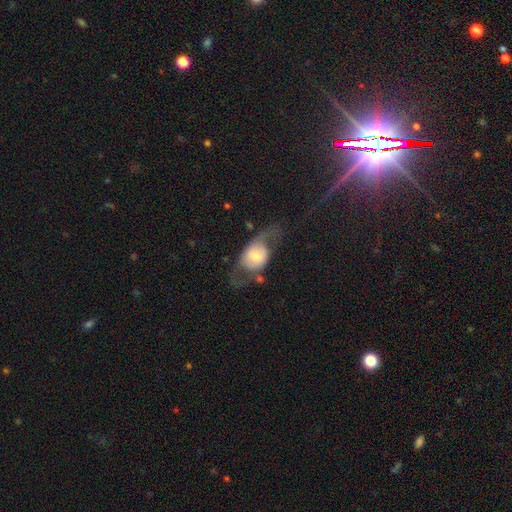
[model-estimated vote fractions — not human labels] Smooth or featured? Predicted: featured or disk (p=0.53). Edge-on disk? Predicted: no (p=0.87). Merging? Predicted: none (p=0.42).